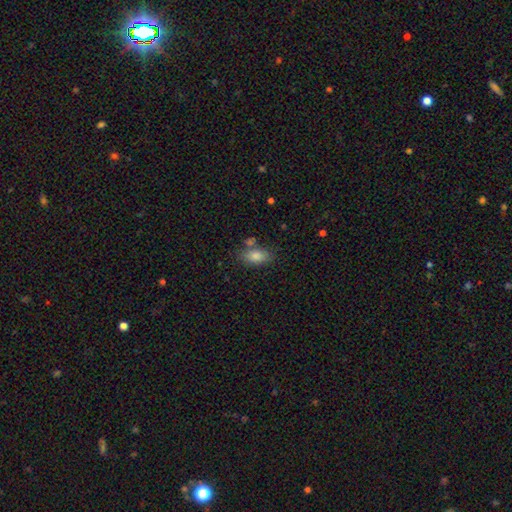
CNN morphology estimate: smooth 81%, star or artifact 10%, featured or disk 9%. Down the decision tree: how rounded — in between (88%); merging — none (72%).